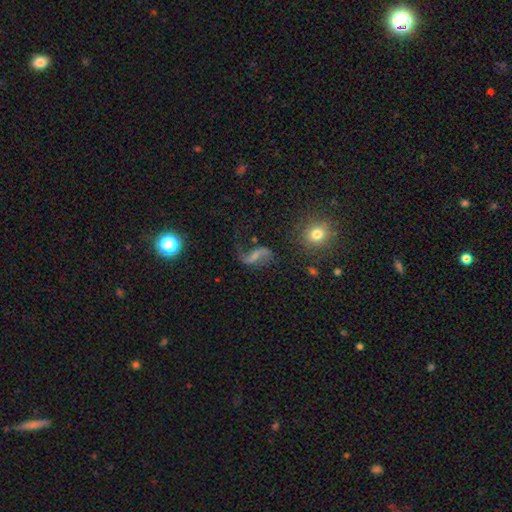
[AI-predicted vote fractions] Smooth or featured? Predicted: featured or disk (p=0.78). Edge-on disk? Predicted: no (p=0.97). Bar? Predicted: weak (p=0.39). Spiral arms? Predicted: yes (p=0.92). Spiral winding? Predicted: loose (p=0.90). Spiral arm count? Predicted: 2 (p=0.88). Bulge size? Predicted: small (p=0.42). Merging? Predicted: none (p=0.60).